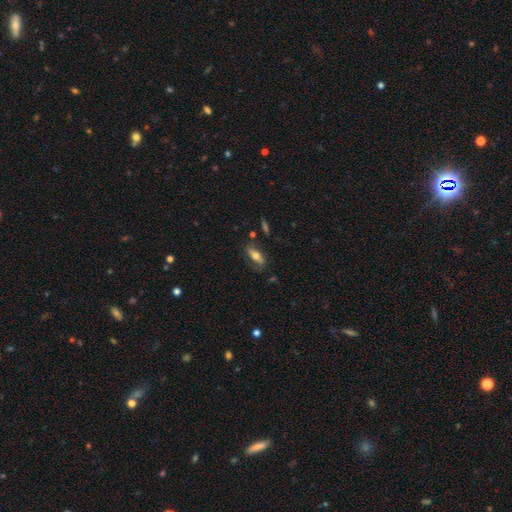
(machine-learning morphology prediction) This appears to be a smooth galaxy with no disk features (56%) that is in between round and cigar-shaped (71%). Merging: none (71%).